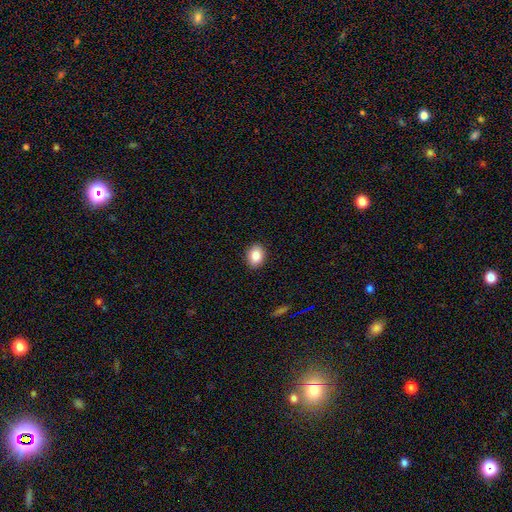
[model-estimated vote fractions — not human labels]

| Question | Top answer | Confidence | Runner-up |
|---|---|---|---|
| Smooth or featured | smooth | 85% | star or artifact (9%) |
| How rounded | in between | 65% | round (34%) |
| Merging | none | 90% | minor disturbance (7%) |